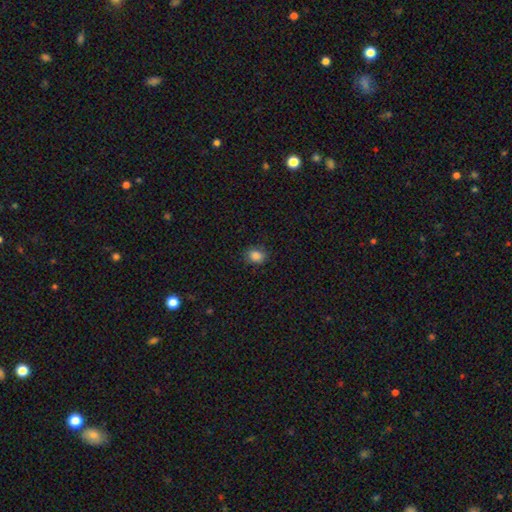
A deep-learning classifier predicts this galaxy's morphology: smooth 85%, star or artifact 11%, featured or disk 4%. Down the decision tree: how rounded — in between (57%); merging — none (81%).